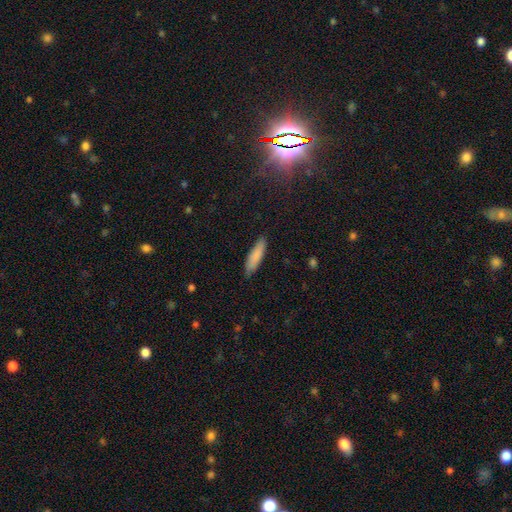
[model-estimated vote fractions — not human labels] Smooth or featured? smooth (85%)
How rounded? cigar-shaped (66%)
Merging? none (86%)